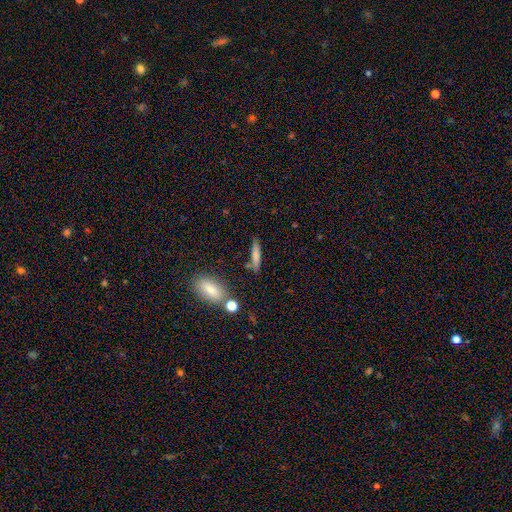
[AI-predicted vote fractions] The model was most divided on "smooth or featured": smooth: 74%, featured or disk: 18%, star or artifact: 8%. More confident: how rounded — cigar-shaped (81%); merging — none (74%).